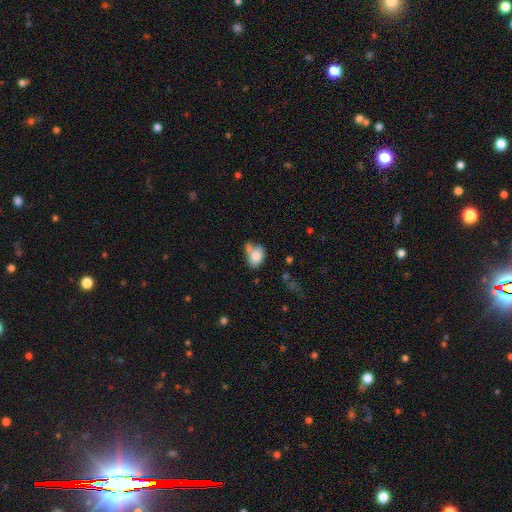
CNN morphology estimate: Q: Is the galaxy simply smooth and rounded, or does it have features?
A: smooth — 78%.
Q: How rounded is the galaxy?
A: in between — 67%.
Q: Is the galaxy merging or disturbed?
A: none — 35%.